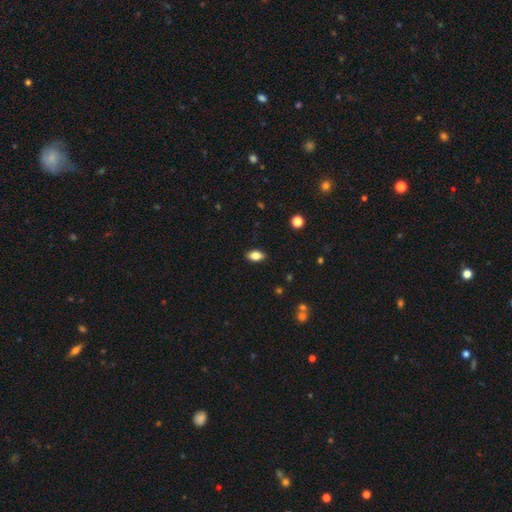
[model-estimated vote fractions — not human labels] A smooth galaxy with no disk features (81%) that is in between round and cigar-shaped (89%). Merging: none (89%).